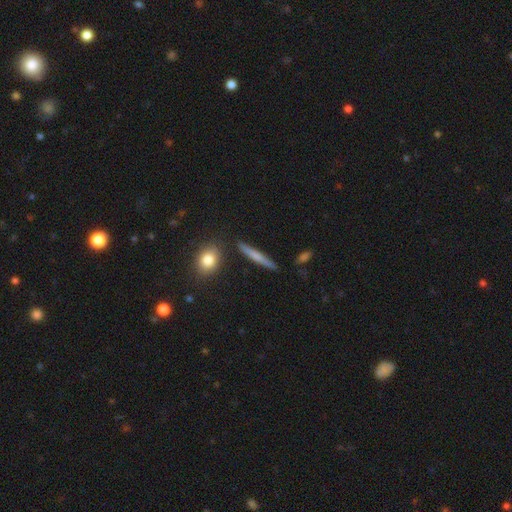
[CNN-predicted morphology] Q: Smooth or featured?
A: smooth (54%); runner-up: featured or disk (39%)
Q: How rounded?
A: cigar-shaped (91%); runner-up: in between (6%)
Q: Merging?
A: none (87%); runner-up: minor disturbance (9%)